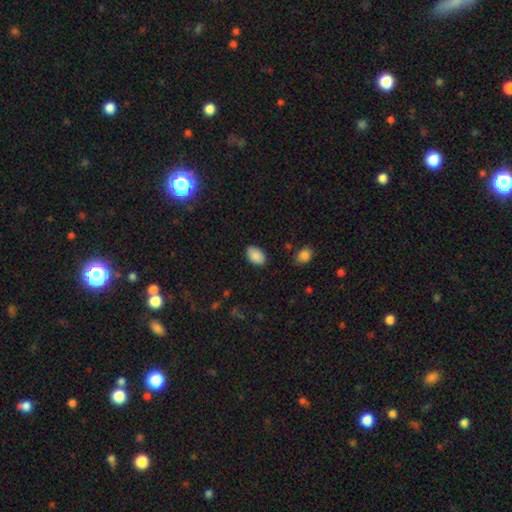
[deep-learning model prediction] smooth 89%, star or artifact 7%, featured or disk 4%. Down the decision tree: how rounded — in between (92%); merging — none (84%).